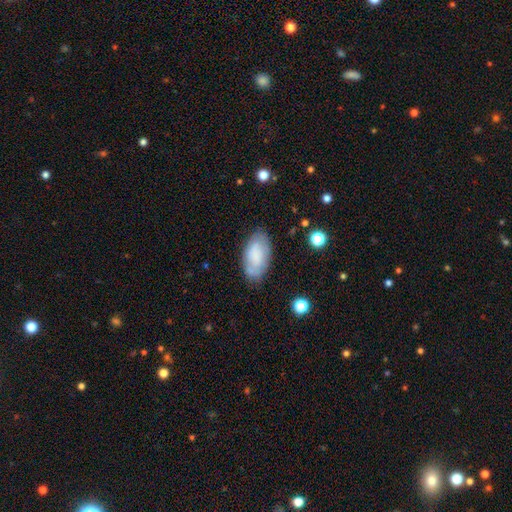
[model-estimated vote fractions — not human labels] smooth-or-featured: smooth: 71% | featured or disk: 21% | star or artifact: 7%
  how-rounded: in between: 95% | round: 3% | cigar-shaped: 2%
  merging: none: 76% | minor disturbance: 17% | major disturbance: 5% | merger: 2%